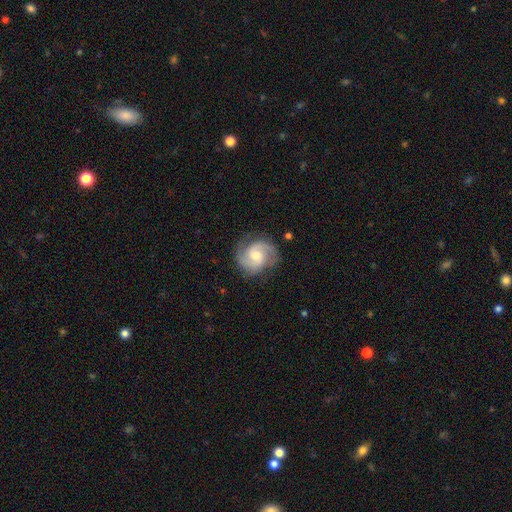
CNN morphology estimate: Q: Smooth or featured?
A: featured or disk (85%); runner-up: smooth (10%)
Q: Edge-on disk?
A: no (98%); runner-up: yes (2%)
Q: Bar?
A: weak (47%); runner-up: no (45%)
Q: Spiral arms?
A: yes (97%); runner-up: no (3%)
Q: Spiral winding?
A: medium (52%); runner-up: tight (34%)
Q: Spiral arm count?
A: 2 (86%); runner-up: 3 (5%)
Q: Bulge size?
A: moderate (65%); runner-up: small (28%)
Q: Merging?
A: none (80%); runner-up: minor disturbance (14%)